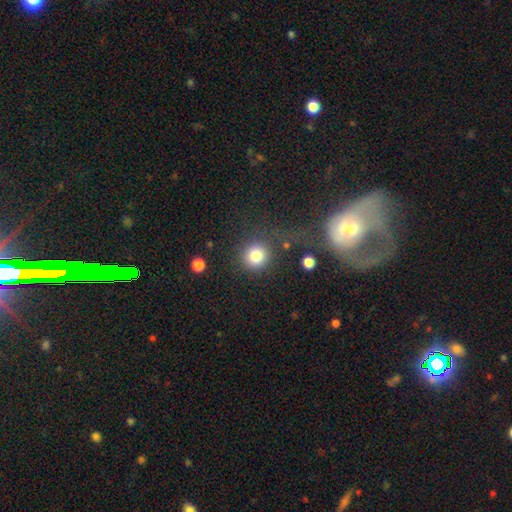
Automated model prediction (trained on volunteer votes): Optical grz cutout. It shows a smooth galaxy with no disk features (82%) that is round (91%). Merging: none (79%).